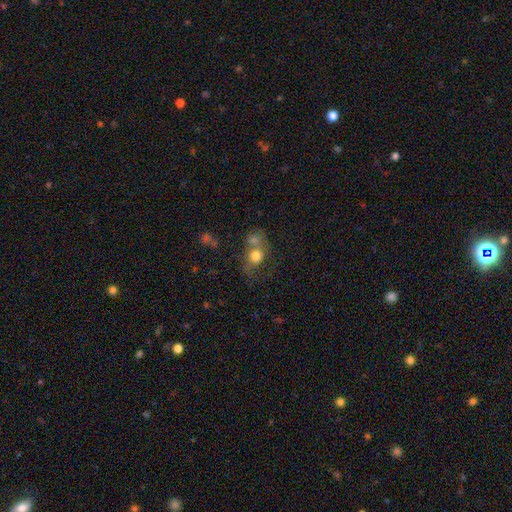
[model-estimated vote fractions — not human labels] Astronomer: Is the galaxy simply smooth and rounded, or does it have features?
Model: smooth — 68%.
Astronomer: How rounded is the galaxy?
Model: round — 64%.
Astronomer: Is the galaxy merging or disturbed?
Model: merger — 49% (runner-up: none, 28%).